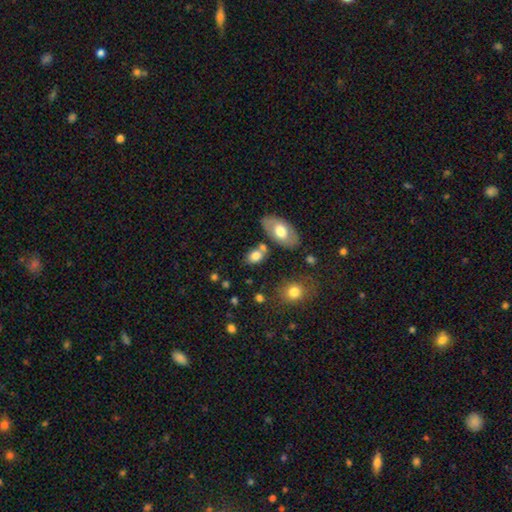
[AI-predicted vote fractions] The model was most divided on "merging": none: 64%, merger: 16%, minor disturbance: 15%, major disturbance: 5%. More confident: how rounded — in between (81%); smooth or featured — smooth (77%).